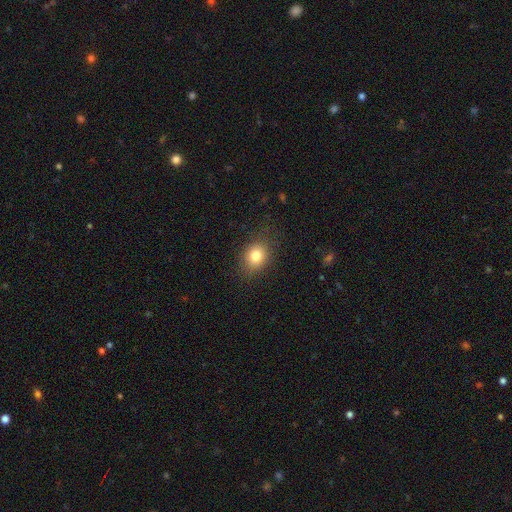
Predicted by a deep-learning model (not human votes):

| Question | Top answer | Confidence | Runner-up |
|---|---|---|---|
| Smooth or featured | smooth | 80% | star or artifact (11%) |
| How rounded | round | 57% | in between (42%) |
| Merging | none | 83% | minor disturbance (12%) |